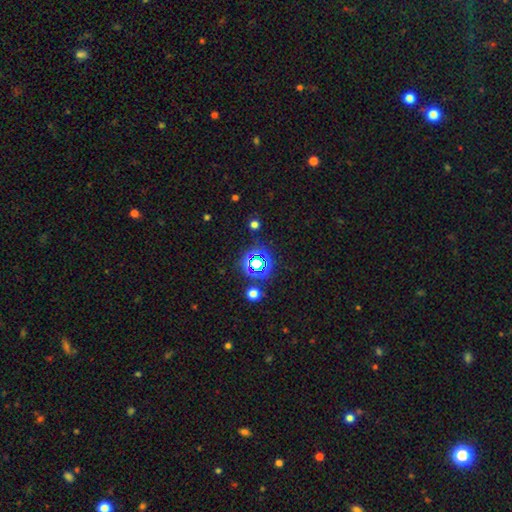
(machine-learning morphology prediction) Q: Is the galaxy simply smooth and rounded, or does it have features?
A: star or artifact — 60%.